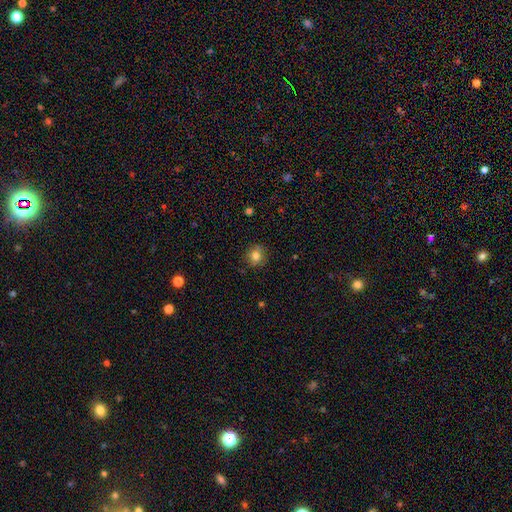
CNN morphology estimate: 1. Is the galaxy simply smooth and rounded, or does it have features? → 79% smooth, 12% star or artifact, 10% featured or disk.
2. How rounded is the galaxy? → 84% round, 15% in between, 1% cigar-shaped.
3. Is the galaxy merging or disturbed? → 86% none, 10% minor disturbance, 2% major disturbance, 1% merger.